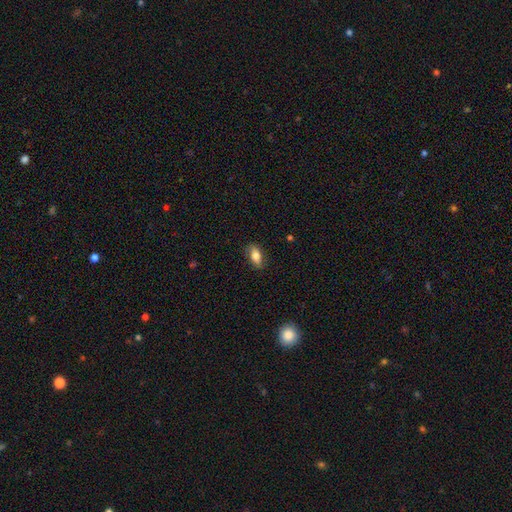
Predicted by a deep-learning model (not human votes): Smooth or featured? Predicted: smooth (p=0.78). How rounded? Predicted: in between (p=0.88). Merging? Predicted: none (p=0.83).